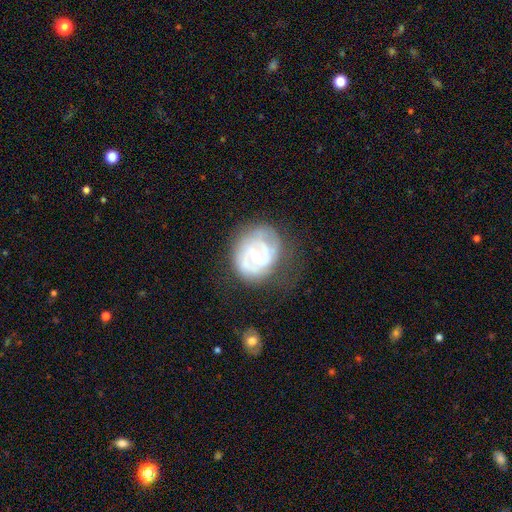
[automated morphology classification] Smooth or featured: featured or disk — 75% (smooth — 19%)
Edge-on disk: no — 97% (yes — 3%)
Bar: no — 55% (weak — 34%)
Spiral arms: yes — 71% (no — 29%)
Spiral winding: tight — 59% (medium — 29%)
Spiral arm count: 2 — 40% (can't tell — 37%)
Bulge size: moderate — 60% (small — 36%)
Merging: none — 57% (minor disturbance — 25%)